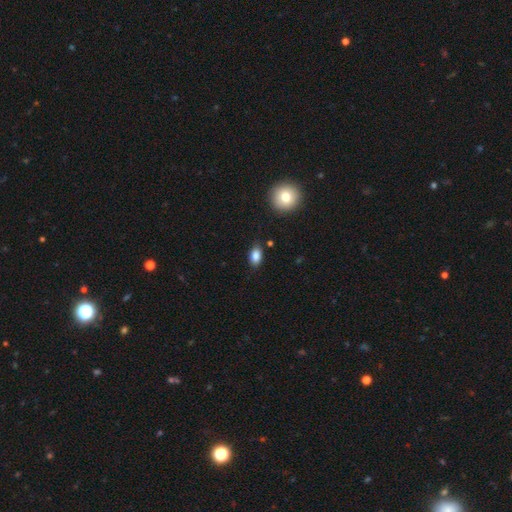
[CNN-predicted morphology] Smooth or featured? smooth (85%)
How rounded? in between (88%)
Merging? none (83%)